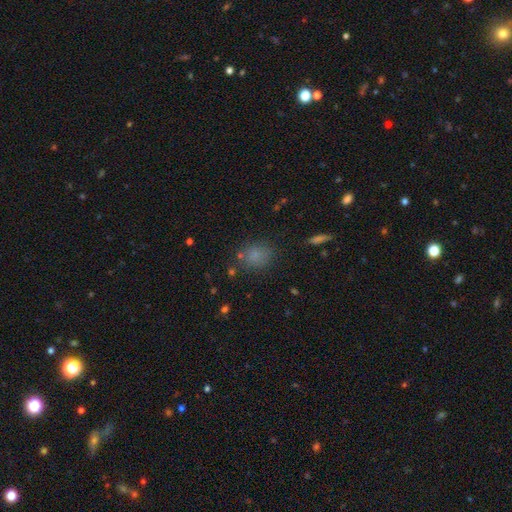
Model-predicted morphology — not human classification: Smooth or featured? Predicted: smooth (p=0.76). How rounded? Predicted: round (p=0.58). Merging? Predicted: none (p=0.77).